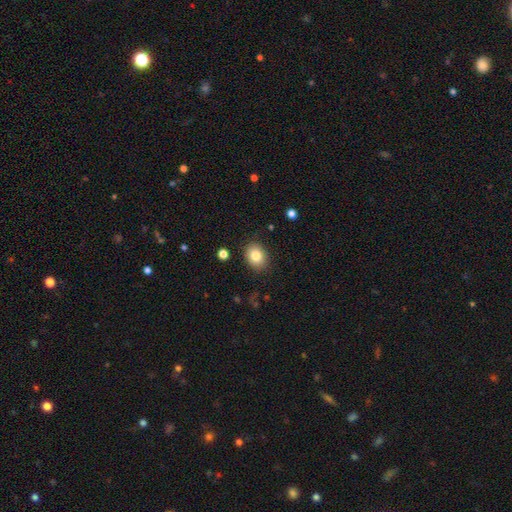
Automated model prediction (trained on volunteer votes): smooth-or-featured: smooth: 83% | star or artifact: 9% | featured or disk: 8%
  how-rounded: in between: 52% | round: 47% | cigar-shaped: 1%
  merging: none: 87% | minor disturbance: 9% | major disturbance: 2% | merger: 1%